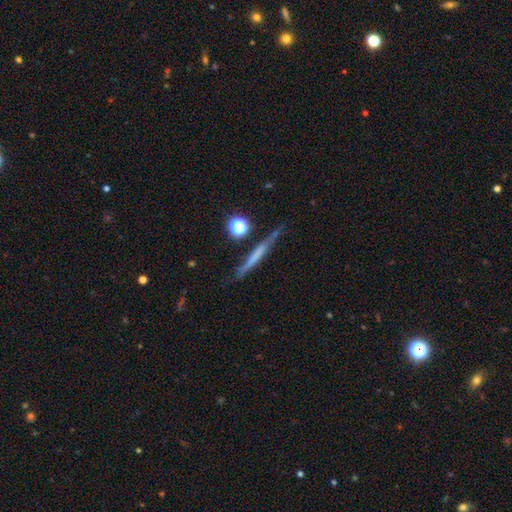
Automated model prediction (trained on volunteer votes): Morphology: type=featured or disk (49%); merging=none (74%).